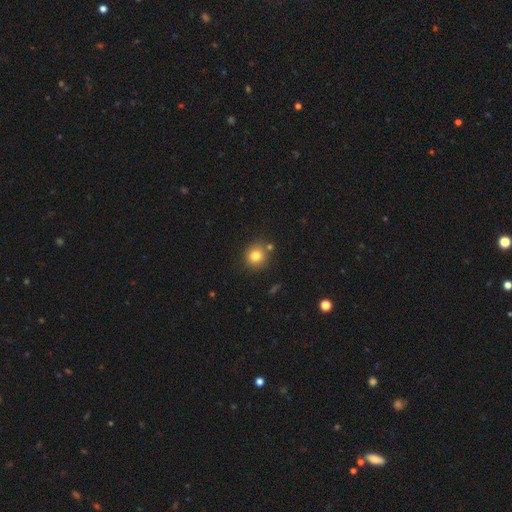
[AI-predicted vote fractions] The model was most divided on "smooth or featured": smooth: 79%, star or artifact: 12%, featured or disk: 8%. More confident: how rounded — round (88%); merging — none (78%).